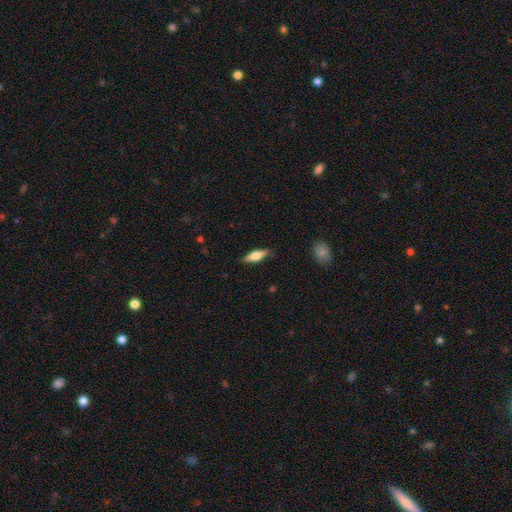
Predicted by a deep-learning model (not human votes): Q: Smooth or featured?
A: smooth (54%); runner-up: featured or disk (40%)
Q: How rounded?
A: cigar-shaped (49%); tied with: in between (49%)
Q: Merging?
A: none (86%); runner-up: minor disturbance (11%)